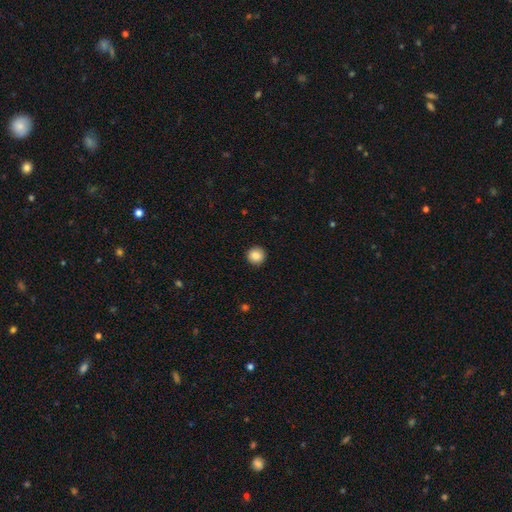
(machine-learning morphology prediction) type=smooth (87%); roundness=round (95%); merging=none (93%).